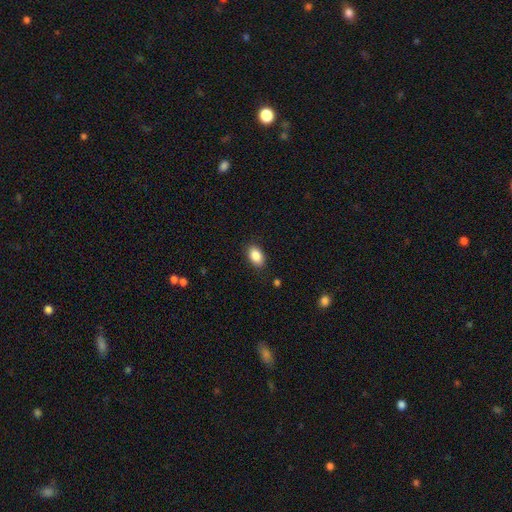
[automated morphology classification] Q: Smooth or featured?
A: smooth (87%); runner-up: star or artifact (8%)
Q: How rounded?
A: in between (90%); runner-up: round (8%)
Q: Merging?
A: none (86%); runner-up: minor disturbance (10%)